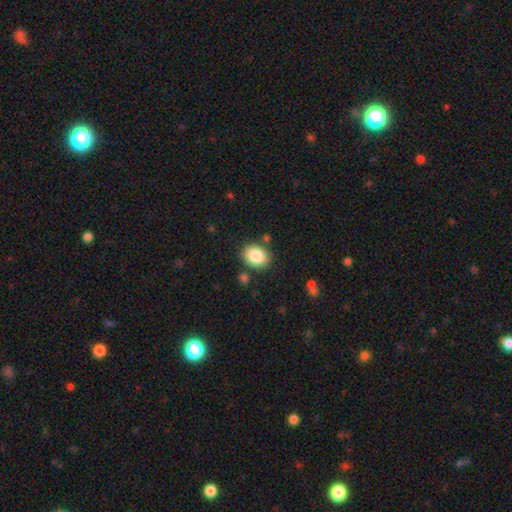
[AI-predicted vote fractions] Smooth or featured? smooth (86%)
How rounded? in between (54%)
Merging? none (82%)